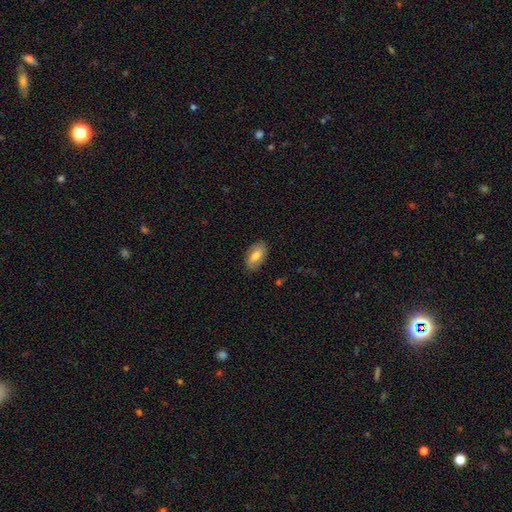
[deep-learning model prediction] Q: Smooth or featured?
A: smooth (72%); runner-up: featured or disk (22%)
Q: How rounded?
A: in between (92%); runner-up: round (4%)
Q: Merging?
A: none (84%); runner-up: minor disturbance (12%)